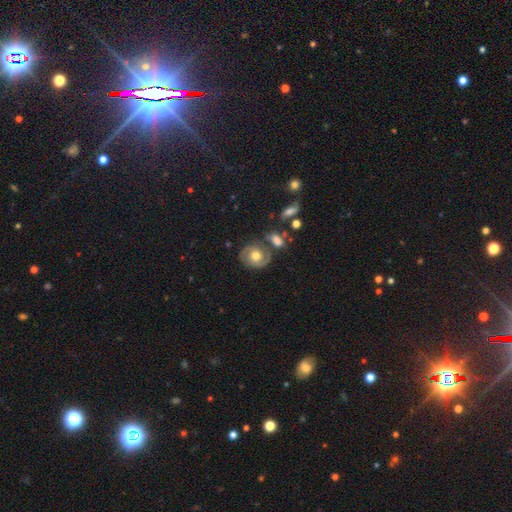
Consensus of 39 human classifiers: featured or disk 85%, smooth 10%, star or artifact 5%. Down the decision tree: edge-on disk — no (100%); bar — no (70%); spiral arms — yes (82%); spiral arm count — 2 (93%); spiral winding — medium (52%); bulge size — moderate (64%); merging — none (81%).